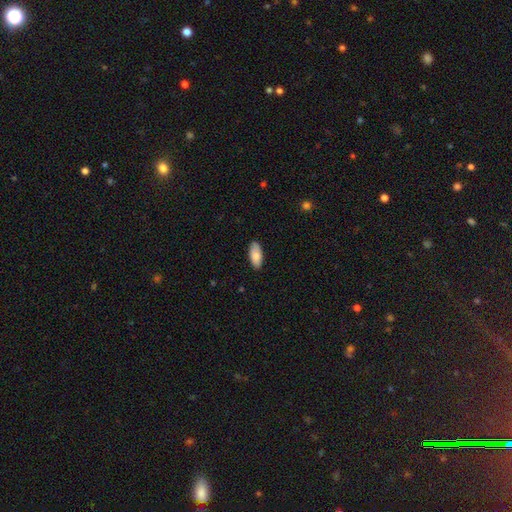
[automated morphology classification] Smooth or featured: smooth — 82% (featured or disk — 12%)
How rounded: in between — 90% (cigar-shaped — 8%)
Merging: none — 86% (minor disturbance — 11%)